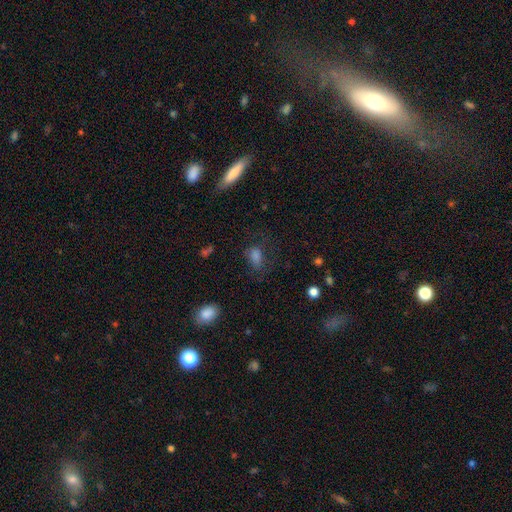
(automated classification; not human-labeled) Smooth or featured? Predicted: smooth (p=0.72). How rounded? Predicted: in between (p=0.76). Merging? Predicted: none (p=0.61).